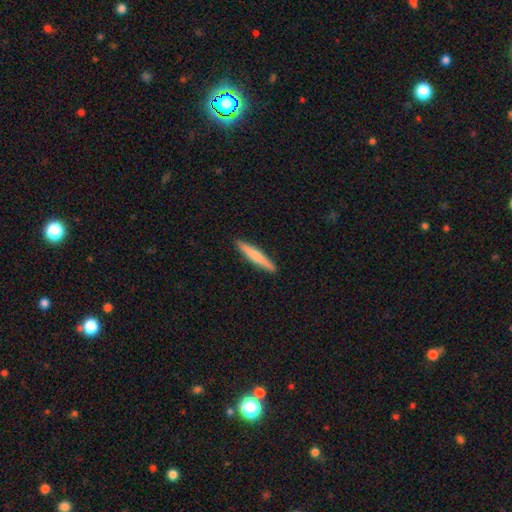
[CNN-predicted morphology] smooth_or_featured: smooth (p=0.69) [alt: featured or disk p=0.26]
how_rounded: cigar-shaped (p=0.94) [alt: in between p=0.04]
merging: none (p=0.92) [alt: minor disturbance p=0.06]